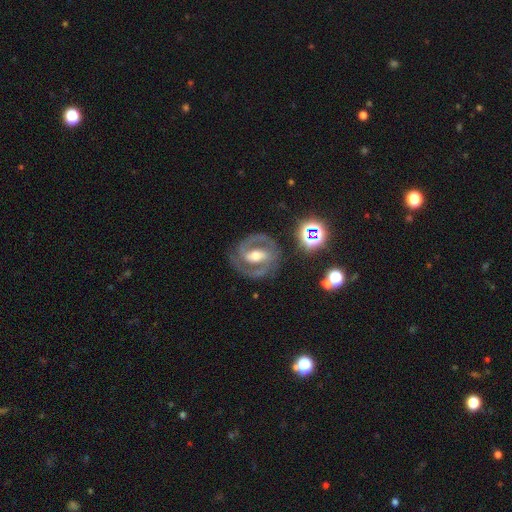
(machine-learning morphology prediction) Smooth or featured? Predicted: featured or disk (p=0.87). Edge-on disk? Predicted: no (p=0.97). Bar? Predicted: strong (p=0.51). Spiral arms? Predicted: yes (p=0.94). Spiral winding? Predicted: medium (p=0.50). Spiral arm count? Predicted: 2 (p=0.91). Bulge size? Predicted: moderate (p=0.67). Merging? Predicted: none (p=0.82).